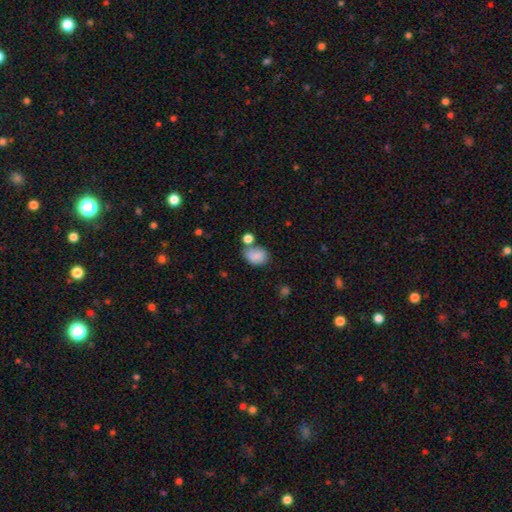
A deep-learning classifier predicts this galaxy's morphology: smooth_or_featured: smooth (p=0.84) [alt: star or artifact p=0.09]
how_rounded: in between (p=0.68) [alt: round p=0.31]
merging: none (p=0.53) [alt: merger p=0.23]